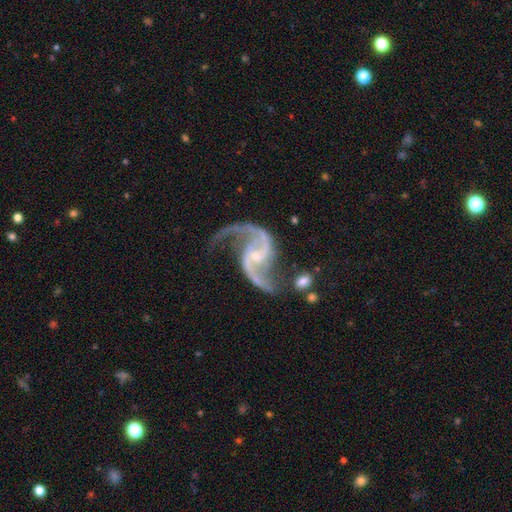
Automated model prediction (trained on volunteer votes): smooth_or_featured: featured or disk (p=0.93) [alt: star or artifact p=0.04]
disk_edge_on: no (p=0.98) [alt: yes p=0.02]
bar: weak (p=0.42) [alt: no p=0.37]
has_spiral_arms: yes (p=0.98) [alt: no p=0.02]
spiral_winding: loose (p=0.57) [alt: medium p=0.37]
spiral_arm_count: 2 (p=0.93) [alt: 3 p=0.02]
bulge_size: small (p=0.71) [alt: moderate p=0.24]
merging: none (p=0.56) [alt: minor disturbance p=0.19]